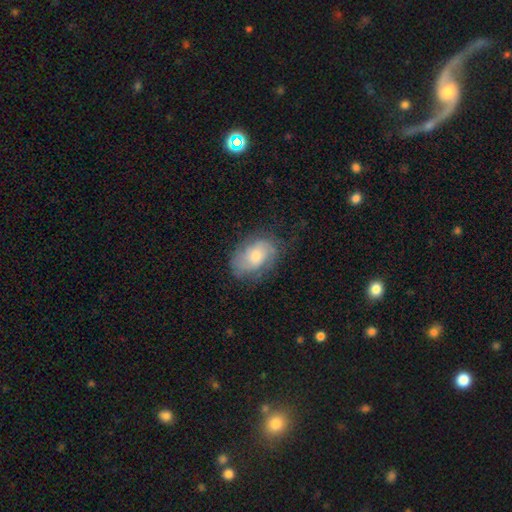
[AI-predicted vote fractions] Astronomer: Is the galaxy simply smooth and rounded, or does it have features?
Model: featured or disk — 48% (runner-up: smooth, 44%).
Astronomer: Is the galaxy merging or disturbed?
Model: none — 64%.